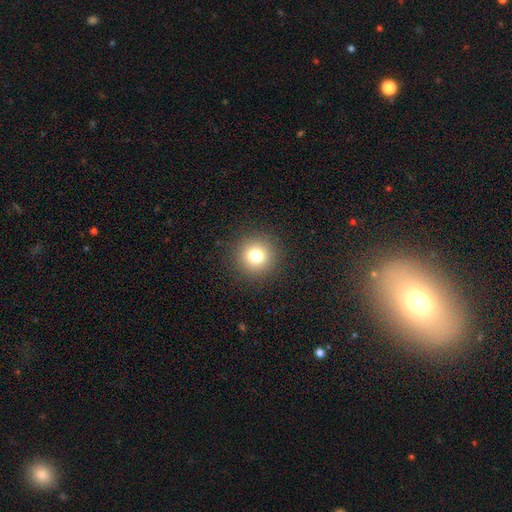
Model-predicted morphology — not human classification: Smooth or featured?
  - smooth: 78% *
  - star or artifact: 13%
  - featured or disk: 9%
How rounded?
  - round: 95% *
  - in between: 4%
  - cigar-shaped: 1%
Merging?
  - none: 91% *
  - minor disturbance: 5%
  - major disturbance: 2%
  - merger: 1%